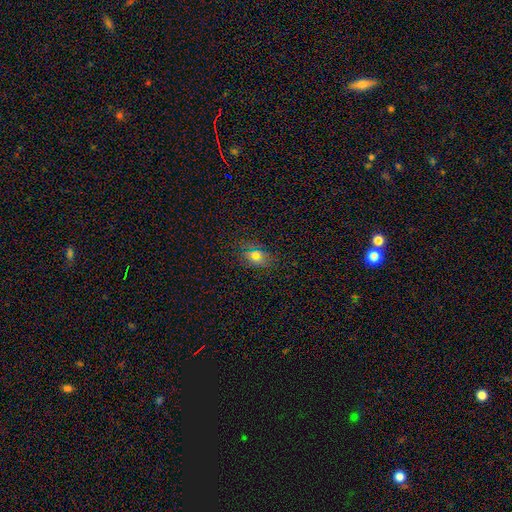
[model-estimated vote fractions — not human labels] Smooth or featured: smooth — 64% (star or artifact — 24%)
How rounded: in between — 75% (round — 21%)
Merging: none — 84% (minor disturbance — 11%)